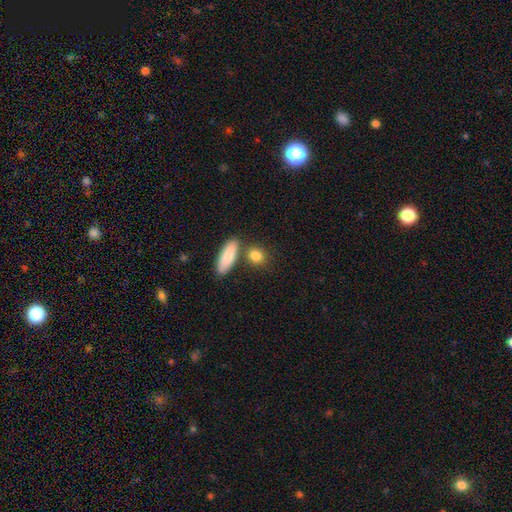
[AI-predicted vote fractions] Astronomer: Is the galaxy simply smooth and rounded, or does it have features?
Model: smooth — 84%.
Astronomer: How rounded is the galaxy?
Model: round — 48% (runner-up: in between, 41%).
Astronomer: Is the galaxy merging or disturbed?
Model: none — 69%.